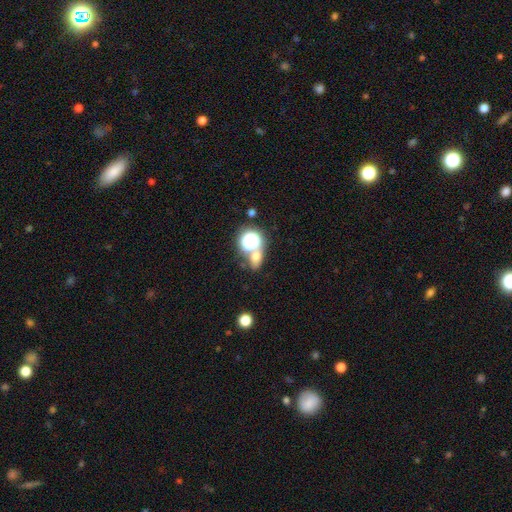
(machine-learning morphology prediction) smooth 60%, star or artifact 29%, featured or disk 11%. Down the decision tree: how rounded — in between (50%); merging — none (57%).